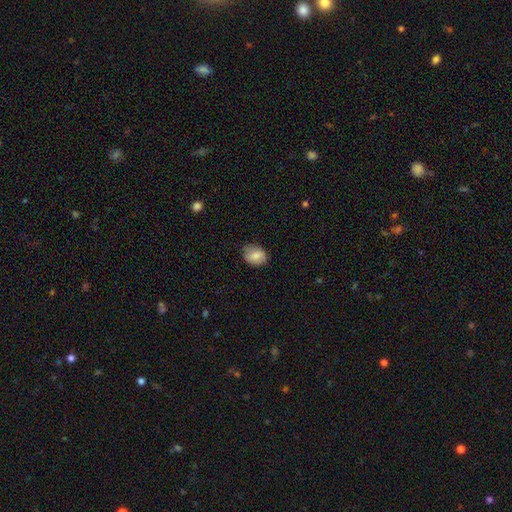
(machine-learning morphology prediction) A smooth galaxy with no disk features (80%) that is in between round and cigar-shaped (58%).

Vote fractions:
- Smooth or featured? smooth: 80% / featured or disk: 12% / star or artifact: 8%
- How rounded? in between: 58% / round: 41% / cigar-shaped: 1%
- Merging? none: 78% / minor disturbance: 17% / major disturbance: 3% / merger: 1%